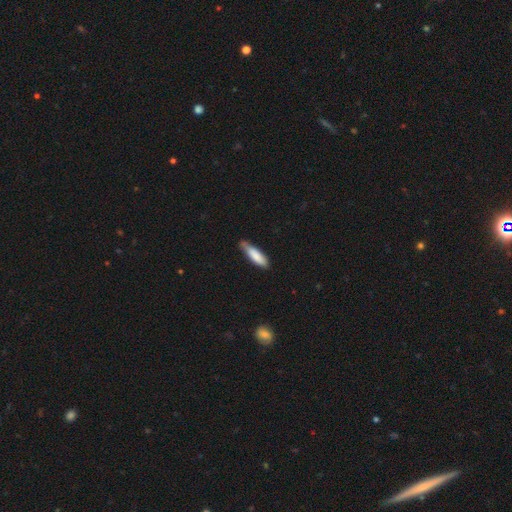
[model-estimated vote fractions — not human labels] This appears to be a smooth galaxy with no disk features (82%) that is cigar-shaped (63%). Merging: none (64%).